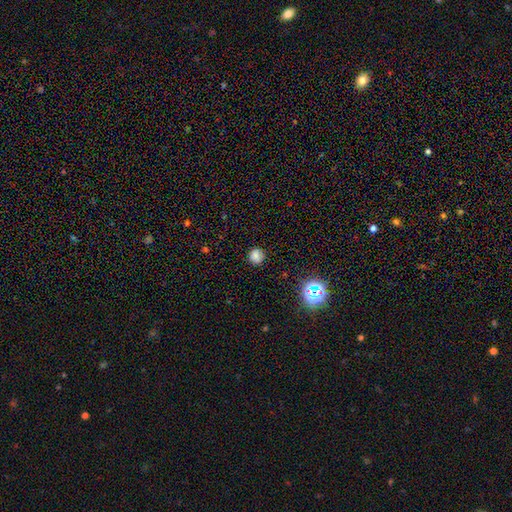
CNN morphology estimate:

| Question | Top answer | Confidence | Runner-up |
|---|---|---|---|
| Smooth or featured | smooth | 76% | star or artifact (17%) |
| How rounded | round | 84% | in between (15%) |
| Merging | none | 81% | minor disturbance (14%) |